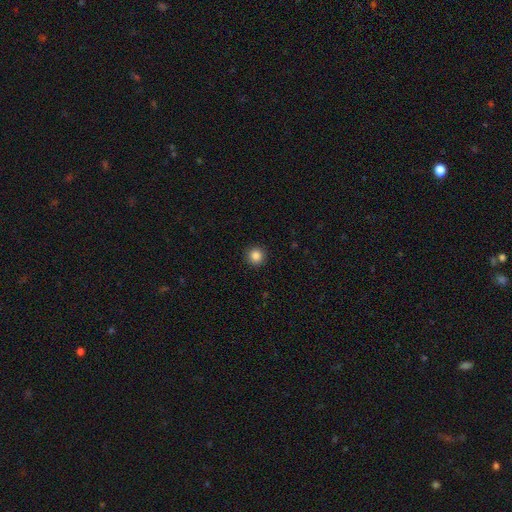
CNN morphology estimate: Smooth or featured? Predicted: smooth (p=0.86). How rounded? Predicted: round (p=0.95). Merging? Predicted: none (p=0.92).